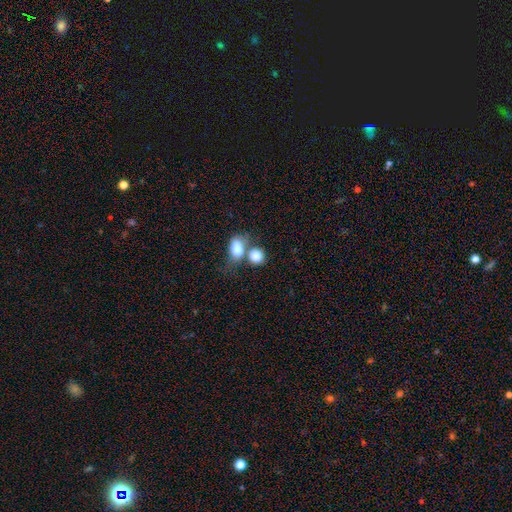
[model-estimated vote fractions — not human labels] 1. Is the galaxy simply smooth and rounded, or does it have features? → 82% smooth, 9% featured or disk, 9% star or artifact.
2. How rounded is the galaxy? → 62% round, 36% in between, 2% cigar-shaped.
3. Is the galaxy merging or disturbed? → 50% merger, 35% none, 9% minor disturbance, 6% major disturbance.